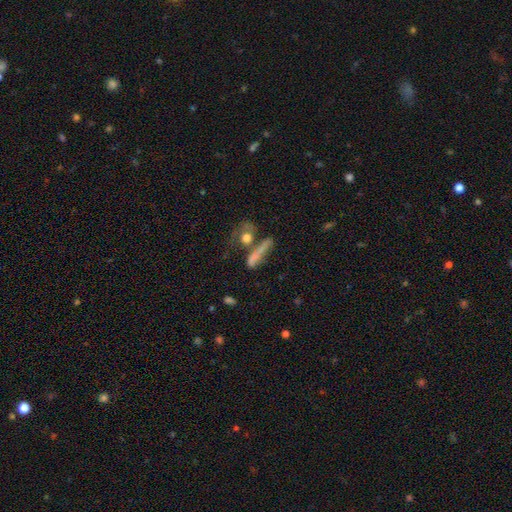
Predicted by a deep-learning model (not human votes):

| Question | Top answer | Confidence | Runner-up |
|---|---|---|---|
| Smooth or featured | smooth | 61% | featured or disk (27%) |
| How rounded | cigar-shaped | 63% | in between (25%) |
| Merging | none | 37% | merger (29%) |